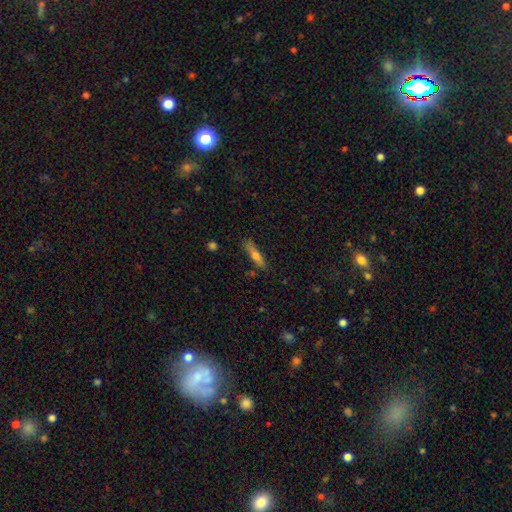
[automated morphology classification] The model was most divided on "smooth or featured": smooth: 63%, featured or disk: 31%, star or artifact: 7%. More confident: merging — none (80%); how rounded — cigar-shaped (71%).